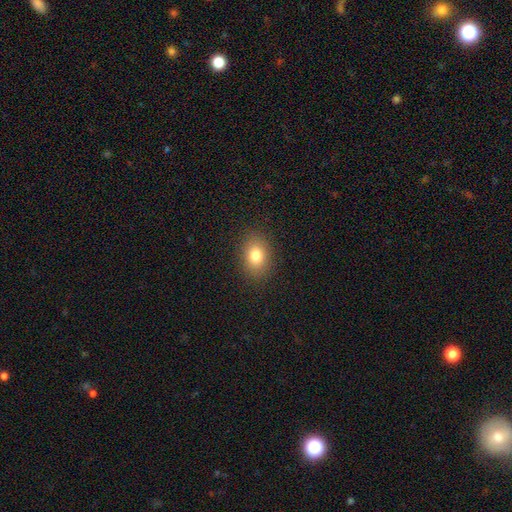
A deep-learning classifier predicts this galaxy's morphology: Smooth or featured: smooth — 80% (star or artifact — 11%)
How rounded: in between — 64% (round — 35%)
Merging: none — 88% (minor disturbance — 8%)